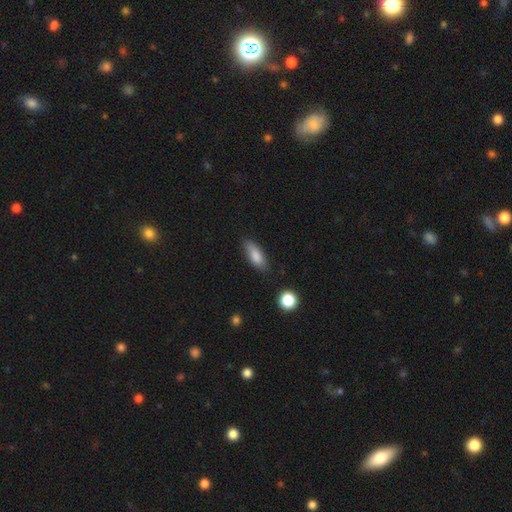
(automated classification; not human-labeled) smooth-or-featured: smooth: 84% | featured or disk: 9% | star or artifact: 7%
  how-rounded: in between: 70% | cigar-shaped: 27% | round: 3%
  merging: none: 80% | minor disturbance: 15% | major disturbance: 3% | merger: 2%